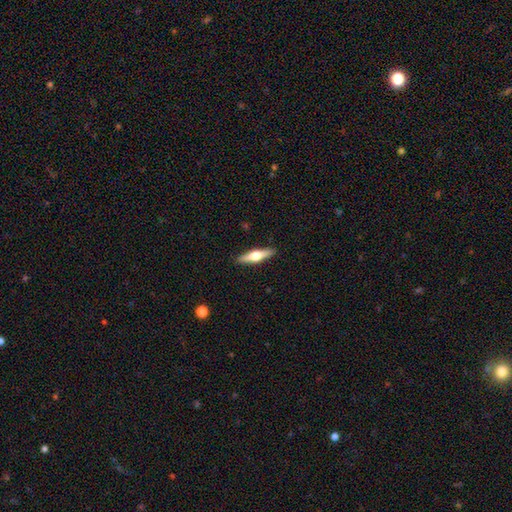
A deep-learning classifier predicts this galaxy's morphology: Smooth or featured?
  - featured or disk: 59% *
  - smooth: 36%
  - star or artifact: 5%
Edge-on disk?
  - yes: 96% *
  - no: 4%
Edge-on bulge?
  - rounded: 95% *
  - boxy: 3%
  - none: 2%
Merging?
  - none: 90% *
  - minor disturbance: 7%
  - major disturbance: 2%
  - merger: 1%